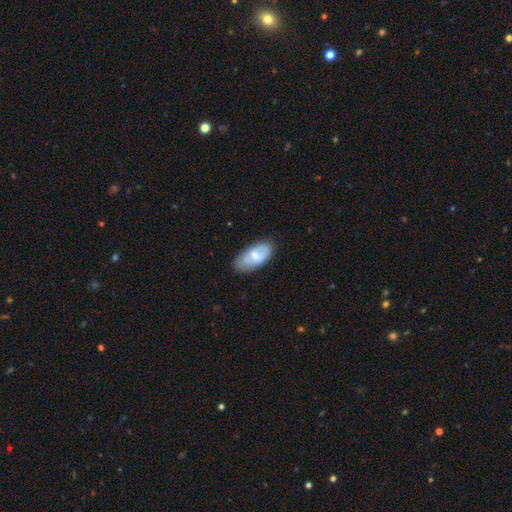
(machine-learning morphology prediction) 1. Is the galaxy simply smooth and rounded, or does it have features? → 64% smooth, 30% featured or disk, 6% star or artifact.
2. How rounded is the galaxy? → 92% in between, 5% cigar-shaped, 3% round.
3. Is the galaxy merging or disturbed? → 74% none, 20% minor disturbance, 4% major disturbance, 1% merger.